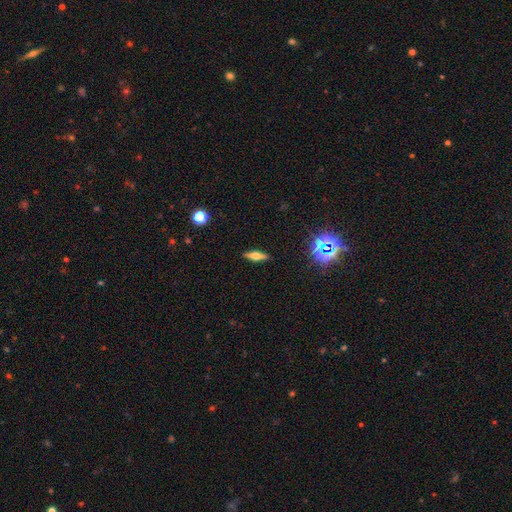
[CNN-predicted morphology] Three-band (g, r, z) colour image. It shows a featured or disk galaxy (47%). Merging: none (89%).